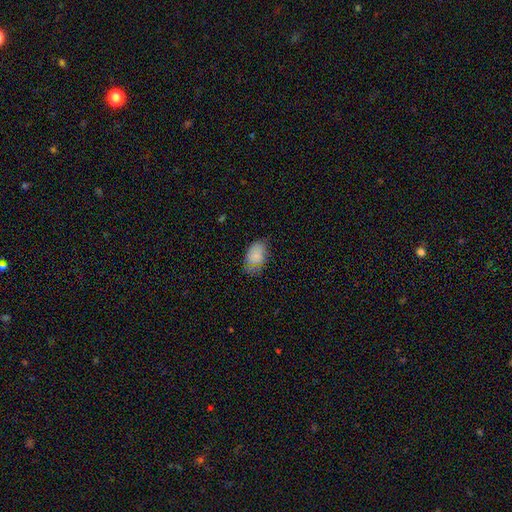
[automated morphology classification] A smooth galaxy with no disk features (83%) that is in between round and cigar-shaped (91%).

Vote fractions:
- Smooth or featured? smooth: 83% / featured or disk: 9% / star or artifact: 8%
- How rounded? in between: 91% / round: 8% / cigar-shaped: 1%
- Merging? none: 62% / minor disturbance: 29% / major disturbance: 8% / merger: 1%